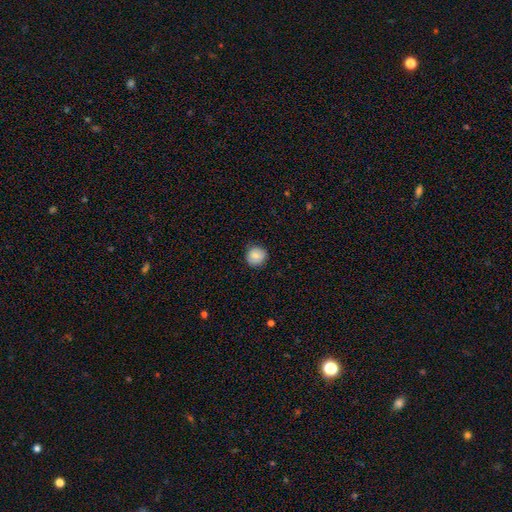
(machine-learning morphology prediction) smooth 82%, featured or disk 10%, star or artifact 8%. Down the decision tree: how rounded — round (88%); merging — none (86%).